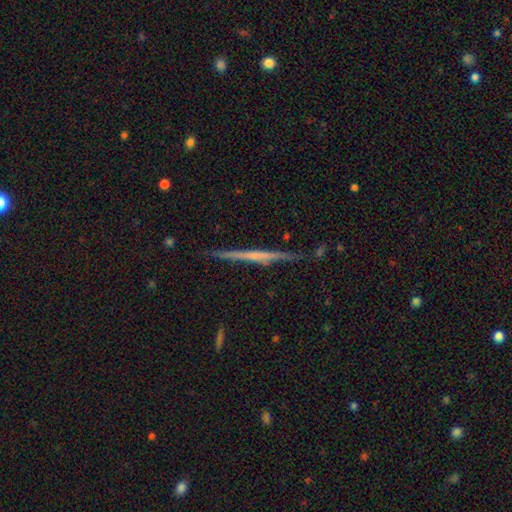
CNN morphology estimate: Overall: featured or disk (70%). Edge-on disk: yes (98%). Edge-on bulge: none (71%). Merging: none (87%).